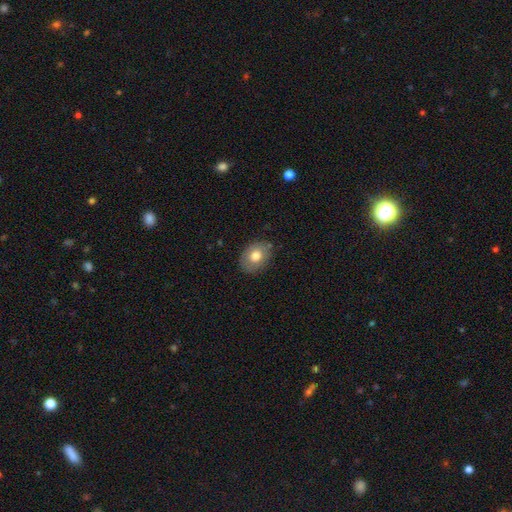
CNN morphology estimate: This appears to be a smooth galaxy with no disk features (74%) that is in between round and cigar-shaped (69%). Merging: none (82%).